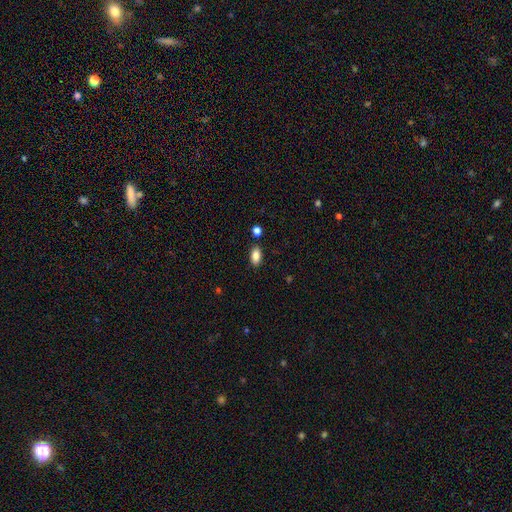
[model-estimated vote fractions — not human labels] smooth-or-featured: smooth: 85% | star or artifact: 8% | featured or disk: 7%
  how-rounded: in between: 91% | round: 5% | cigar-shaped: 5%
  merging: none: 86% | minor disturbance: 9% | merger: 3% | major disturbance: 2%